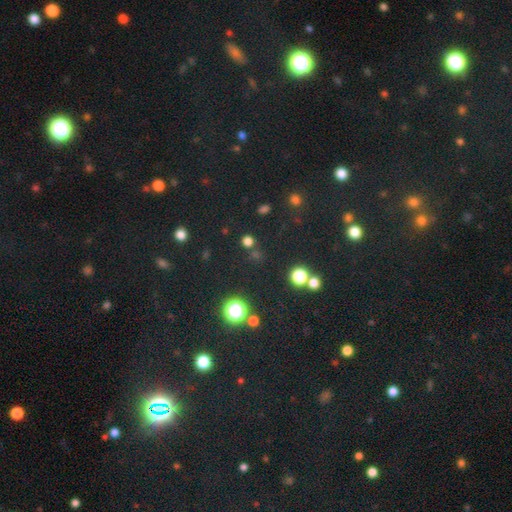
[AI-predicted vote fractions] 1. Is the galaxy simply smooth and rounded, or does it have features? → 59% star or artifact, 34% smooth, 8% featured or disk.